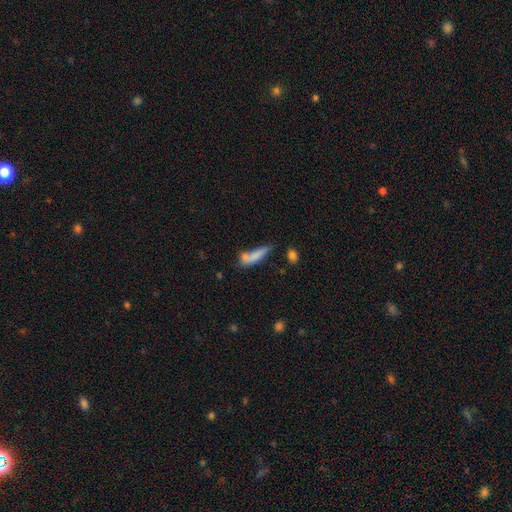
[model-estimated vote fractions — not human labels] This appears to be a smooth galaxy with no disk features (74%) that is cigar-shaped (62%). Merging: none (40%).